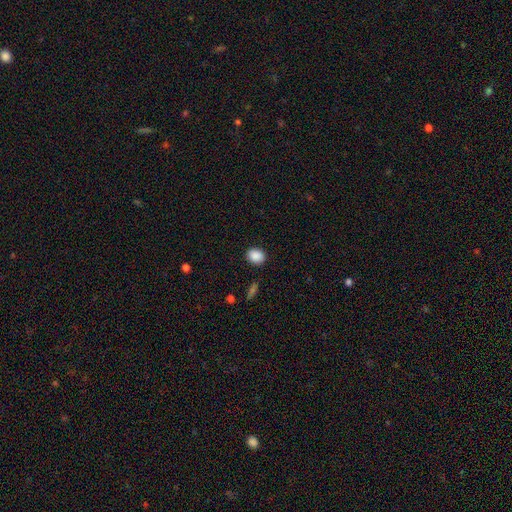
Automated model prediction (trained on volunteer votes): smooth 89%, star or artifact 8%, featured or disk 3%. Down the decision tree: how rounded — round (53%); merging — none (89%).